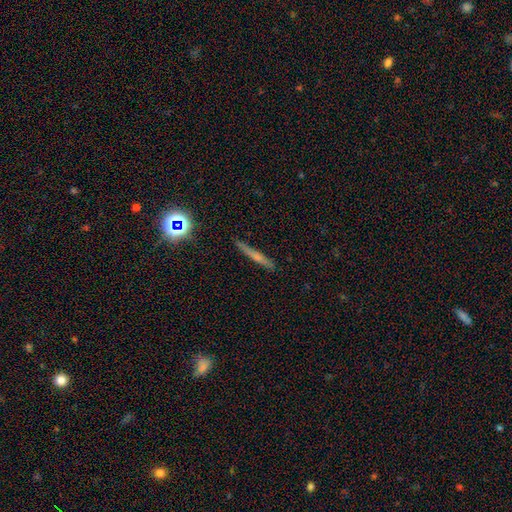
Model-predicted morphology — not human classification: Smooth or featured? Predicted: smooth (p=0.44). Merging? Predicted: none (p=0.87).